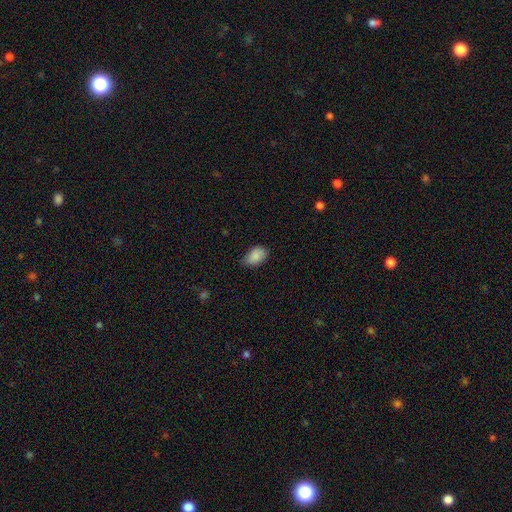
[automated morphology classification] Smooth or featured: smooth — 88% (star or artifact — 7%)
How rounded: in between — 90% (round — 9%)
Merging: none — 69% (minor disturbance — 26%)